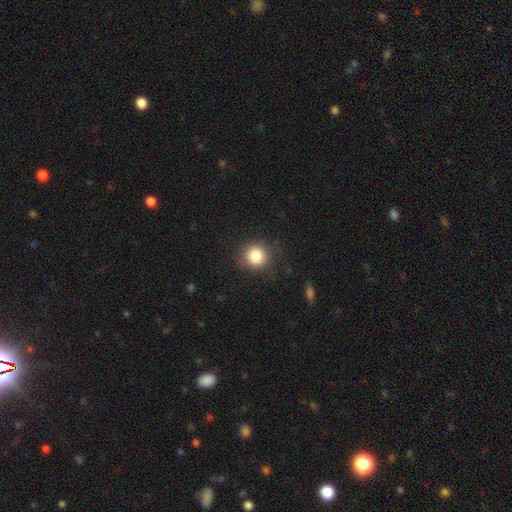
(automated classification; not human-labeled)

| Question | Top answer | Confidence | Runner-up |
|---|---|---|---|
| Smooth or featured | smooth | 83% | star or artifact (11%) |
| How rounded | round | 91% | in between (8%) |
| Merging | none | 84% | minor disturbance (12%) |